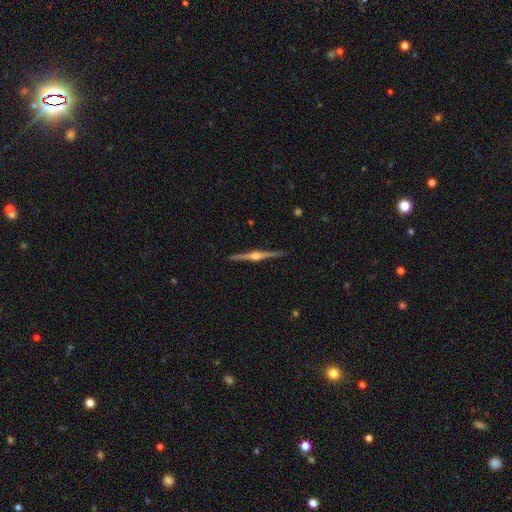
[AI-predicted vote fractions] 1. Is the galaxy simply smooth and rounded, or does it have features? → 89% featured or disk, 7% smooth, 5% star or artifact.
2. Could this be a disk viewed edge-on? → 99% yes, 1% no.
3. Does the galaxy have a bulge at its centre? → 95% rounded, 3% boxy, 2% none.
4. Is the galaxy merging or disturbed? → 93% none, 5% minor disturbance, 1% major disturbance, 1% merger.